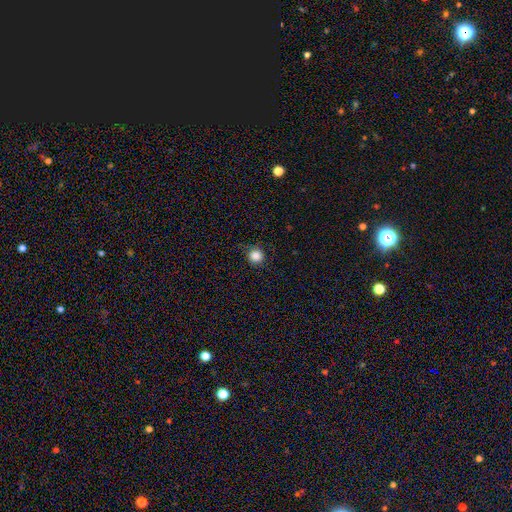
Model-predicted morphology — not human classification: Smooth or featured?
  - smooth: 84% *
  - star or artifact: 11%
  - featured or disk: 5%
How rounded?
  - round: 94% *
  - in between: 5%
  - cigar-shaped: 1%
Merging?
  - none: 84% *
  - minor disturbance: 11%
  - major disturbance: 4%
  - merger: 1%